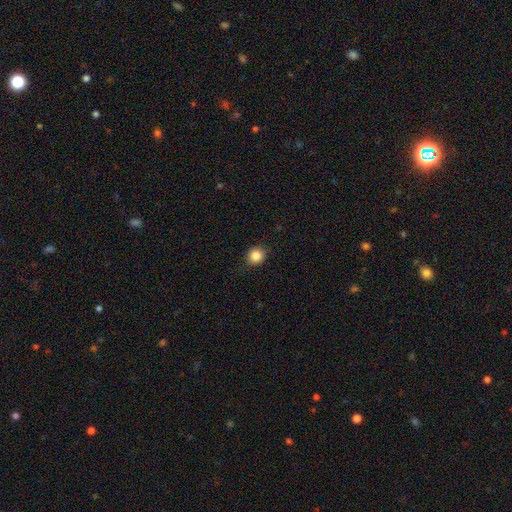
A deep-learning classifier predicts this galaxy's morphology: A smooth galaxy with no disk features (85%) that is round (84%).

Vote fractions:
- Smooth or featured? smooth: 85% / star or artifact: 10% / featured or disk: 5%
- How rounded? round: 84% / in between: 15% / cigar-shaped: 1%
- Merging? none: 89% / minor disturbance: 9% / major disturbance: 2% / merger: 1%